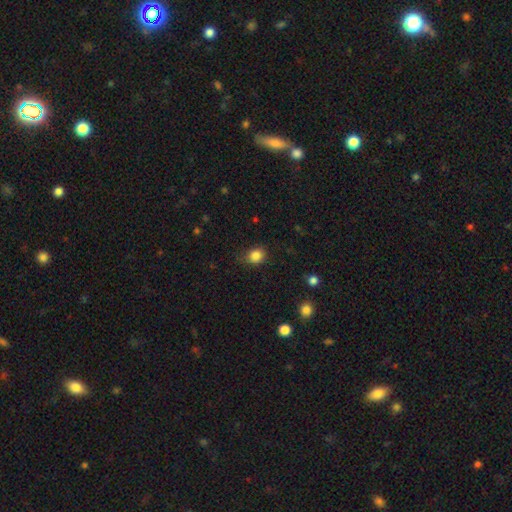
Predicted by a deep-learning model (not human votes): Smooth or featured: smooth — 84% (star or artifact — 11%)
How rounded: round — 69% (in between — 30%)
Merging: none — 73% (minor disturbance — 21%)